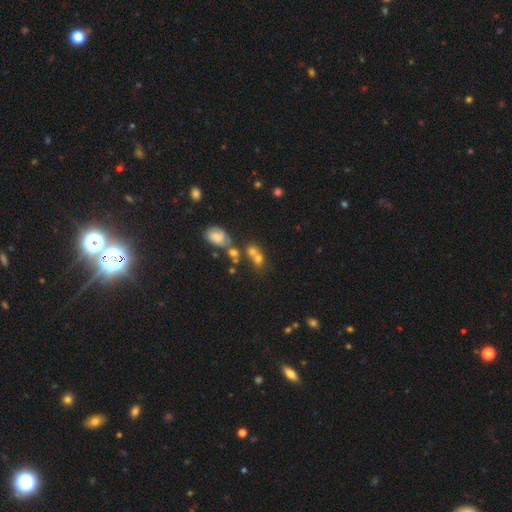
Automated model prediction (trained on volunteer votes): smooth-or-featured: smooth: 64% | featured or disk: 20% | star or artifact: 17%
  how-rounded: round: 65% | in between: 33% | cigar-shaped: 2%
  merging: merger: 50% | none: 34% | minor disturbance: 10% | major disturbance: 6%